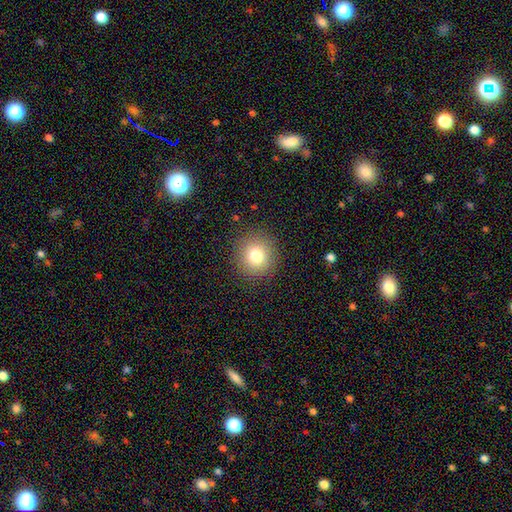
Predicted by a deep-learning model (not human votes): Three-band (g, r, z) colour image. It shows a smooth galaxy with no disk features (79%) that is round (93%). Merging: none (90%).